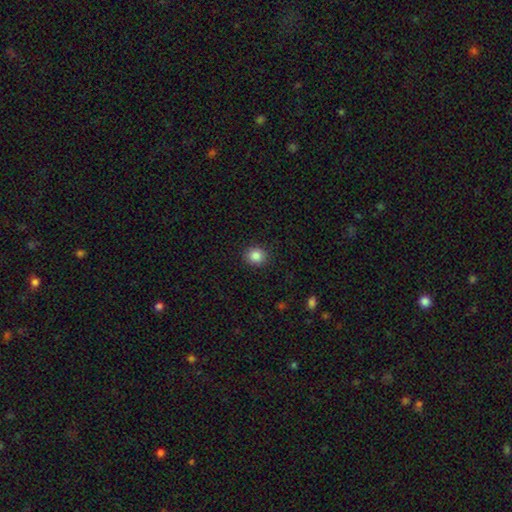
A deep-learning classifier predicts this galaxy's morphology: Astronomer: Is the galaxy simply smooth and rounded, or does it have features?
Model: smooth — 86%.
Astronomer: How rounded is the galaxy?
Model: round — 85%.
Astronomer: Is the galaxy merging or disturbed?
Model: none — 91%.